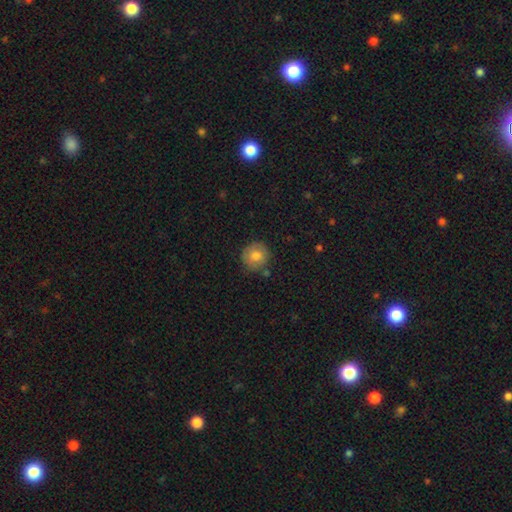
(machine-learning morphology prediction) The model was most divided on "smooth or featured": smooth: 77%, featured or disk: 15%, star or artifact: 8%. More confident: how rounded — round (92%); merging — none (80%).